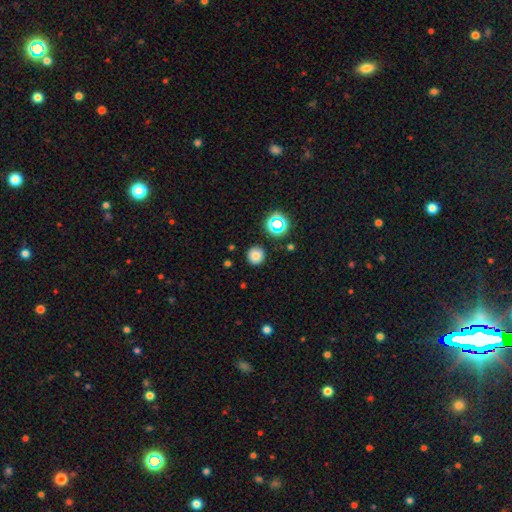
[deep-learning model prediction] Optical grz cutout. It shows a smooth galaxy with no disk features (77%) that is round (94%). Merging: none (90%).